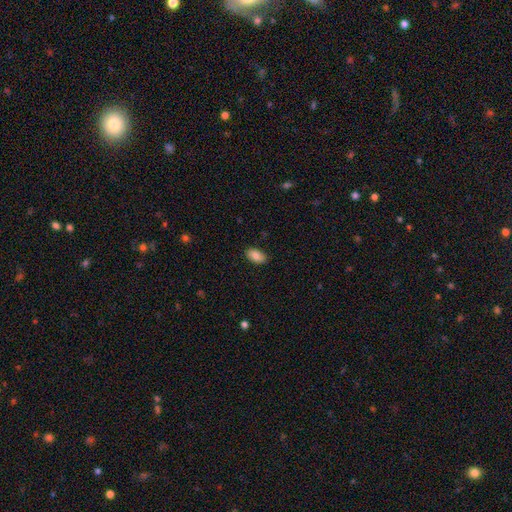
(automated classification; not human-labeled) smooth_or_featured: smooth (p=0.82) [alt: featured or disk p=0.11]
how_rounded: in between (p=0.92) [alt: round p=0.06]
merging: none (p=0.87) [alt: minor disturbance p=0.10]